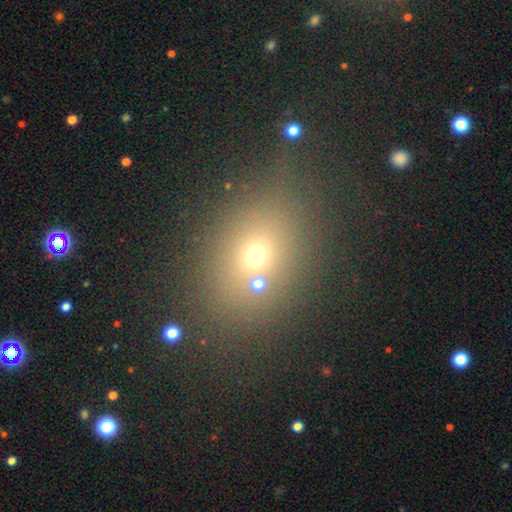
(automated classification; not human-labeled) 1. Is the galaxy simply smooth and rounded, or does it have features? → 59% smooth, 27% star or artifact, 14% featured or disk.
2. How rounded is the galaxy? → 49% round (tied), 49% in between (tied), 2% cigar-shaped.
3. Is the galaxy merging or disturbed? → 70% none, 13% minor disturbance, 10% merger, 7% major disturbance.